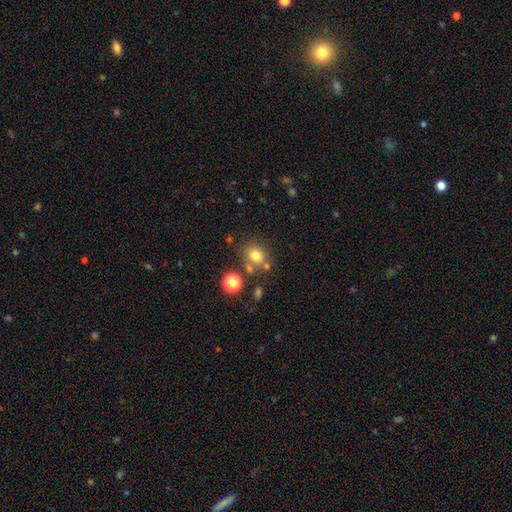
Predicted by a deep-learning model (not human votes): This appears to be a smooth galaxy with no disk features (76%) that is round (71%). Merging: none (70%).